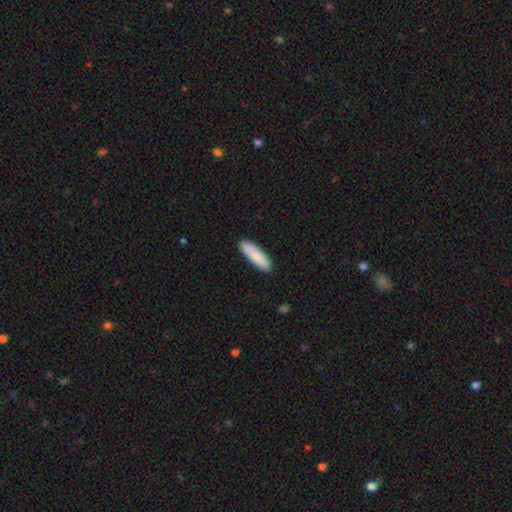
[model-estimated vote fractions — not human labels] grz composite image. It shows a smooth galaxy with no disk features (87%) that is cigar-shaped (62%). Merging: none (89%).